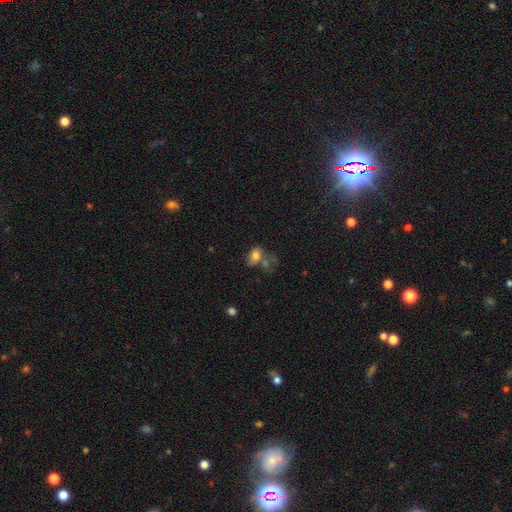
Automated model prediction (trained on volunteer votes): This appears to be a smooth galaxy with no disk features (70%) that is in between round and cigar-shaped (79%). Merging: merger (31%).